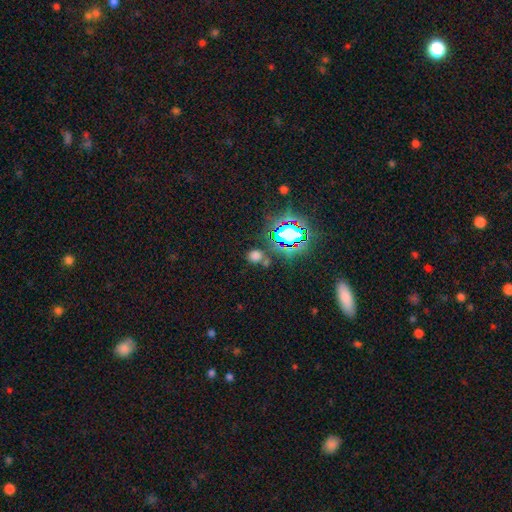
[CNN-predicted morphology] A smooth galaxy with no disk features (58%) that is round (77%).

Vote fractions:
- Smooth or featured? smooth: 58% / star or artifact: 35% / featured or disk: 7%
- How rounded? round: 77% / in between: 22% / cigar-shaped: 2%
- Merging? none: 72% / minor disturbance: 12% / merger: 11% / major disturbance: 5%